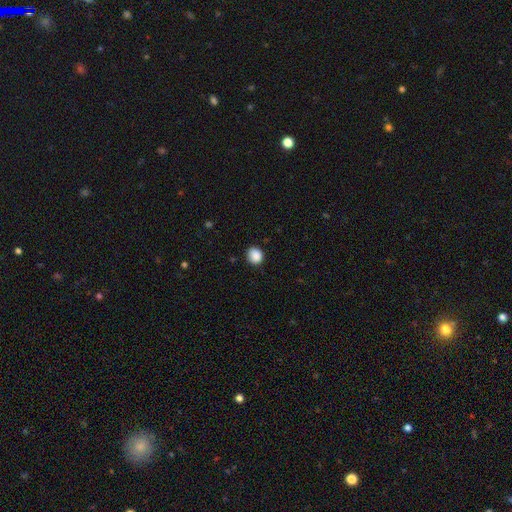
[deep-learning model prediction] A smooth galaxy with no disk features (88%) that is round (78%).

Vote fractions:
- Smooth or featured? smooth: 88% / star or artifact: 9% / featured or disk: 3%
- How rounded? round: 78% / in between: 21% / cigar-shaped: 1%
- Merging? none: 83% / minor disturbance: 13% / major disturbance: 3% / merger: 1%